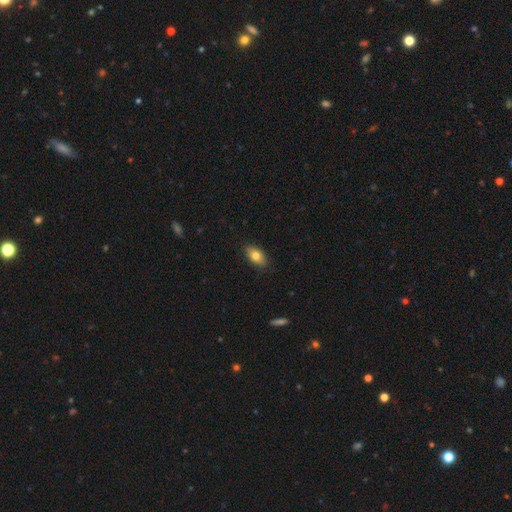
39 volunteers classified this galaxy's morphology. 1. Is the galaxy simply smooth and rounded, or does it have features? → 82% smooth, 10% featured or disk, 8% star or artifact.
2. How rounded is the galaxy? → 97% in between, 3% round, 0% cigar-shaped.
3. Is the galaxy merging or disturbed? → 94% none, 3% minor disturbance, 3% major disturbance, 0% merger.